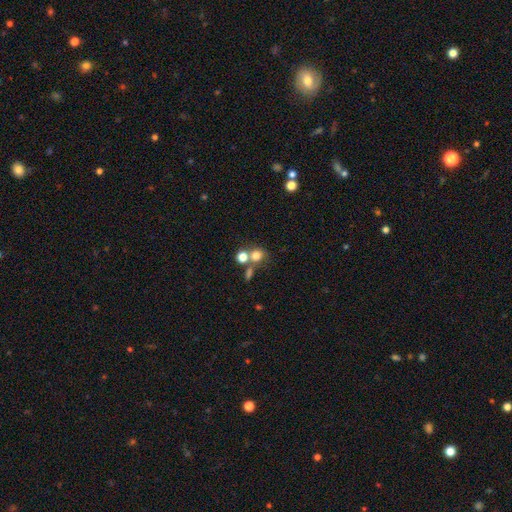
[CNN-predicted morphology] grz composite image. It shows a smooth galaxy with no disk features (74%) that is round (80%). Merging: none (48%).